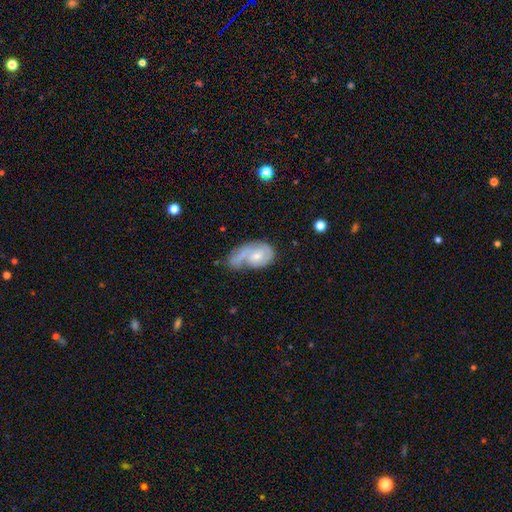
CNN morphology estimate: Q: Smooth or featured?
A: featured or disk (68%); runner-up: smooth (26%)
Q: Edge-on disk?
A: no (97%); runner-up: yes (3%)
Q: Bar?
A: no (62%); runner-up: weak (32%)
Q: Spiral arms?
A: yes (86%); runner-up: no (14%)
Q: Spiral winding?
A: tight (40%); runner-up: medium (39%)
Q: Spiral arm count?
A: 2 (43%); runner-up: 1 (36%)
Q: Bulge size?
A: small (55%); runner-up: moderate (36%)
Q: Merging?
A: none (32%); runner-up: minor disturbance (30%)